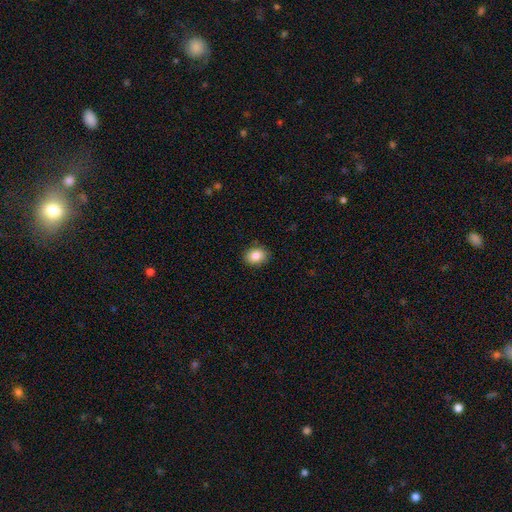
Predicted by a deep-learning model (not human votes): This appears to be a smooth galaxy with no disk features (86%) that is in between round and cigar-shaped (63%). Merging: none (88%).